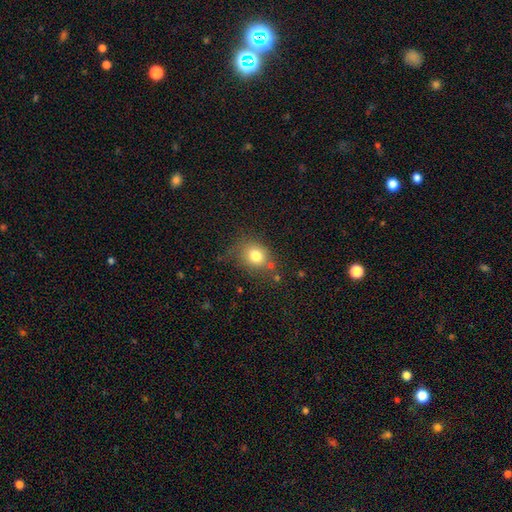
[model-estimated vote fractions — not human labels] Smooth or featured?
  - smooth: 79% *
  - star or artifact: 11%
  - featured or disk: 10%
How rounded?
  - round: 60% *
  - in between: 39%
  - cigar-shaped: 1%
Merging?
  - none: 65% *
  - minor disturbance: 21%
  - major disturbance: 7%
  - merger: 6%